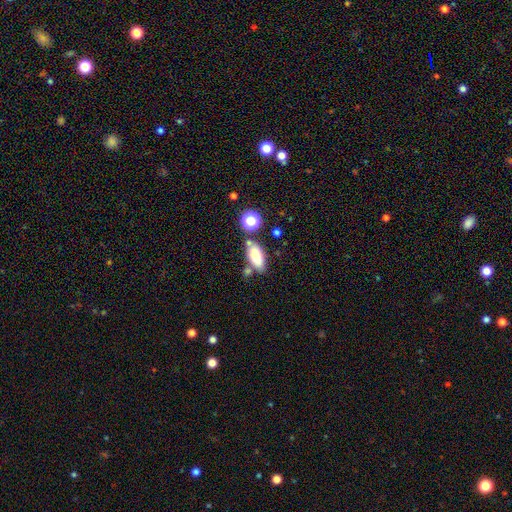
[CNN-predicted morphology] The model was most divided on "merging": none: 66%, minor disturbance: 15%, merger: 15%, major disturbance: 5%. More confident: how rounded — in between (82%); smooth or featured — smooth (73%).